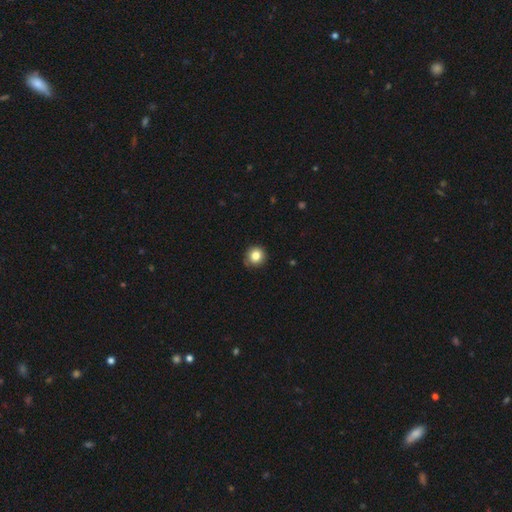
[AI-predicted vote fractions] Overall: smooth (83%). How rounded: round (94%). Merging: none (88%).